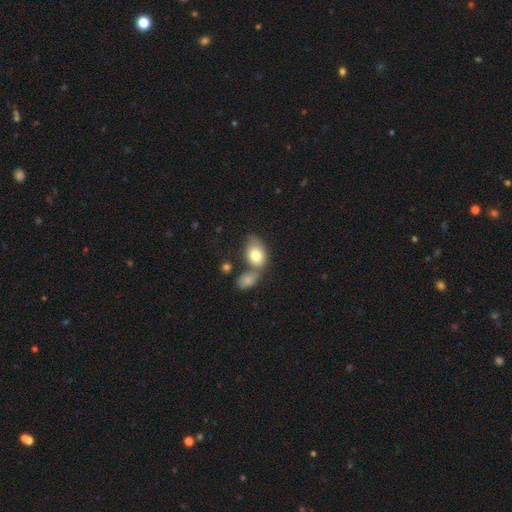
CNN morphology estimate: Smooth or featured? smooth (76%)
How rounded? in between (75%)
Merging? none (37%, tied with merger)